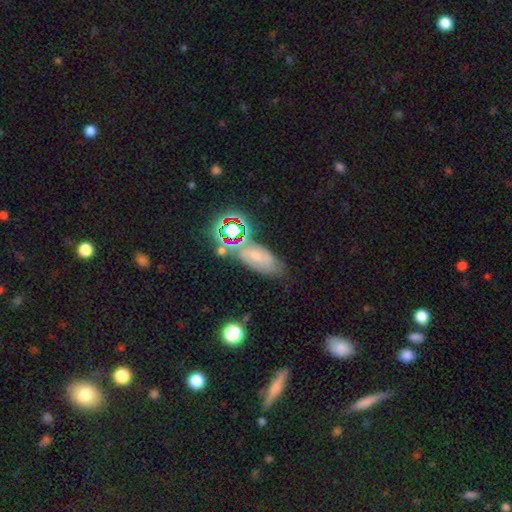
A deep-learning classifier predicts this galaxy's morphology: A featured or disk galaxy (42%).

Vote fractions:
- Smooth or featured? featured or disk: 42% / smooth: 30% / star or artifact: 28%
- Merging? none: 58% / minor disturbance: 22% / merger: 11% / major disturbance: 10%